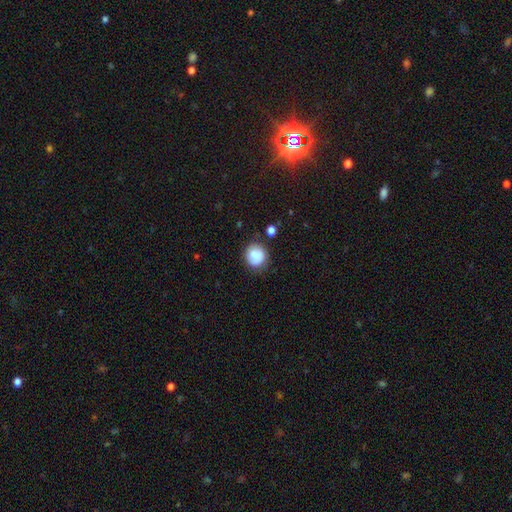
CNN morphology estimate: type=smooth (85%); roundness=round (87%); merging=none (78%).